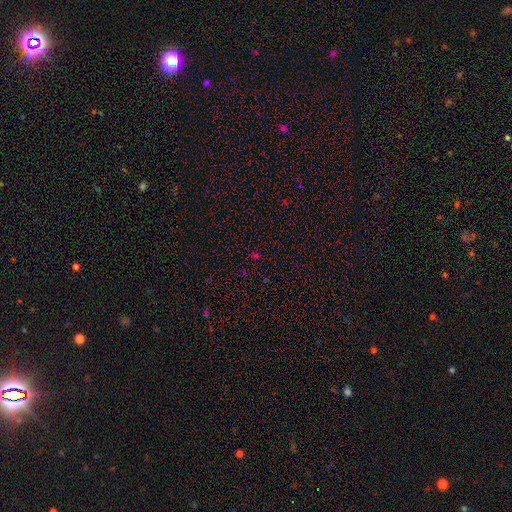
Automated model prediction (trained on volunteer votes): star or artifact 54%, smooth 39%, featured or disk 7%.